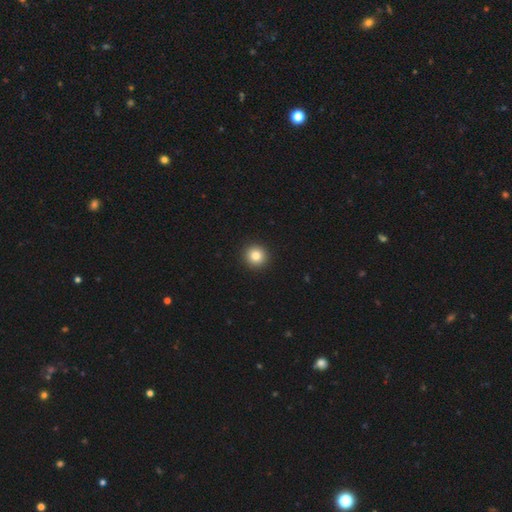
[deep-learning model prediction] A smooth galaxy with no disk features (84%) that is round (95%).

Vote fractions:
- Smooth or featured? smooth: 84% / star or artifact: 10% / featured or disk: 6%
- How rounded? round: 95% / in between: 4% / cigar-shaped: 1%
- Merging? none: 94% / minor disturbance: 4% / major disturbance: 1% / merger: 1%